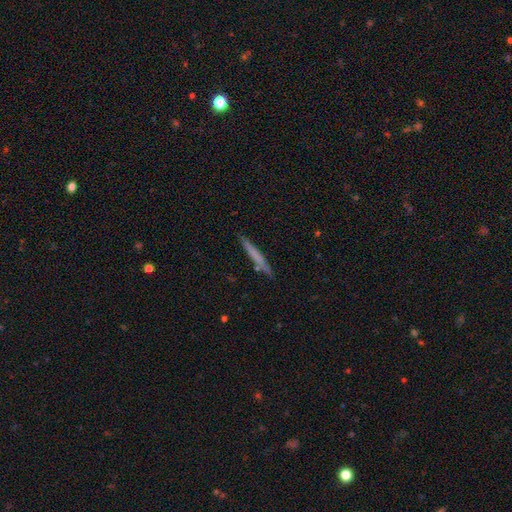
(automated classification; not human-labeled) Overall: smooth (61%; featured or disk 33%). How rounded: cigar-shaped (96%). Merging: none (86%).